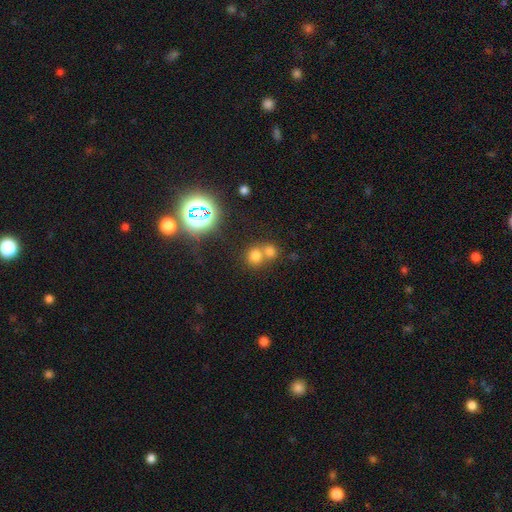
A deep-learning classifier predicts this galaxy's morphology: smooth-or-featured: smooth: 69% | star or artifact: 21% | featured or disk: 9%
  how-rounded: round: 82% | in between: 17% | cigar-shaped: 1%
  merging: merger: 47% | none: 44% | minor disturbance: 6% | major disturbance: 3%